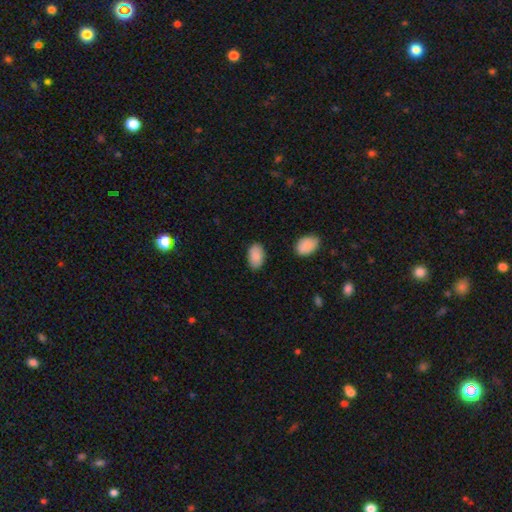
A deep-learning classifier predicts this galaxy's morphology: The model was most divided on "merging": none: 85%, minor disturbance: 11%, major disturbance: 2%, merger: 2%. More confident: how rounded — in between (93%); smooth or featured — smooth (89%).